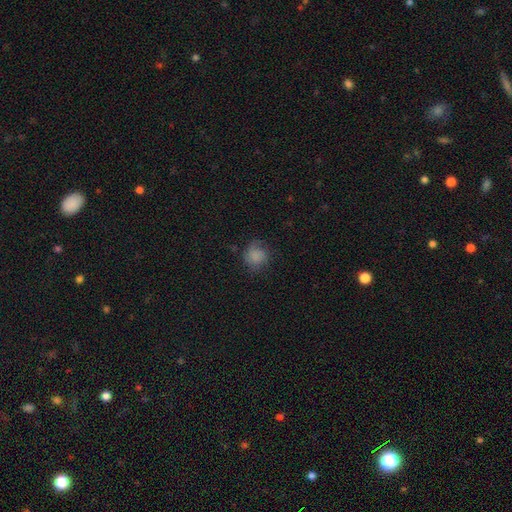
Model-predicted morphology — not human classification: Smooth or featured: smooth — 72% (featured or disk — 17%)
How rounded: round — 79% (in between — 20%)
Merging: none — 61% (minor disturbance — 24%)